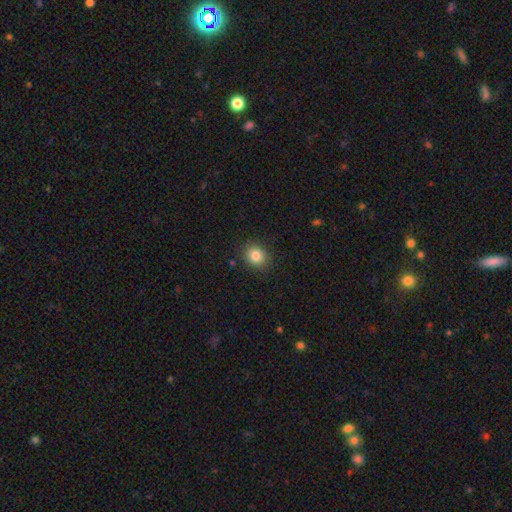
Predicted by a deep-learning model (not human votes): Morphology: type=smooth (83%); roundness=round (70%); merging=none (88%).